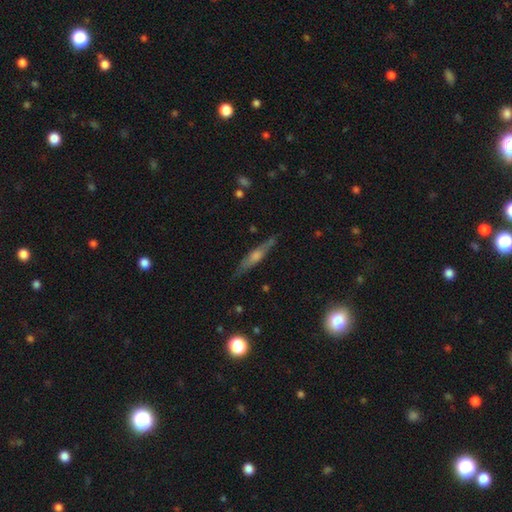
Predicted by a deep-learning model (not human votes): Overall: featured or disk (66%; smooth 26%). Edge-on disk: yes (94%). Edge-on bulge: rounded (73%). Merging: none (83%).